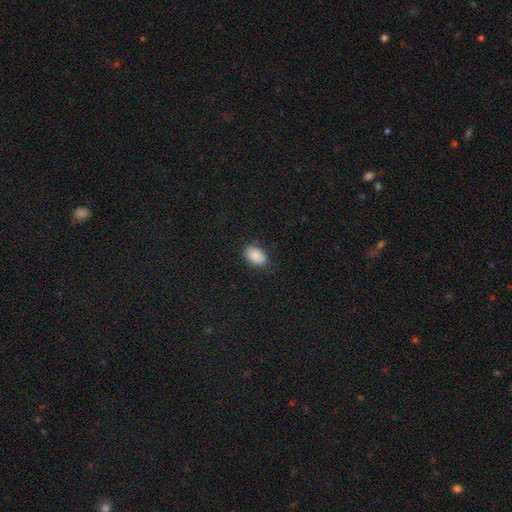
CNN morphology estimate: The model was most divided on "merging": none: 85%, minor disturbance: 11%, major disturbance: 3%, merger: 1%. More confident: how rounded — in between (91%); smooth or featured — smooth (89%).